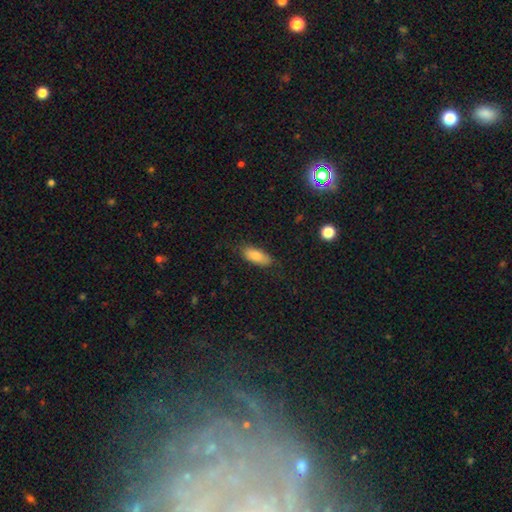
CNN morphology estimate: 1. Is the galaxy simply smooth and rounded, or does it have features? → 85% smooth, 8% featured or disk, 7% star or artifact.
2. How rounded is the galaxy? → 80% in between, 18% cigar-shaped, 2% round.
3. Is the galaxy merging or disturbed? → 78% none, 16% minor disturbance, 4% major disturbance, 1% merger.